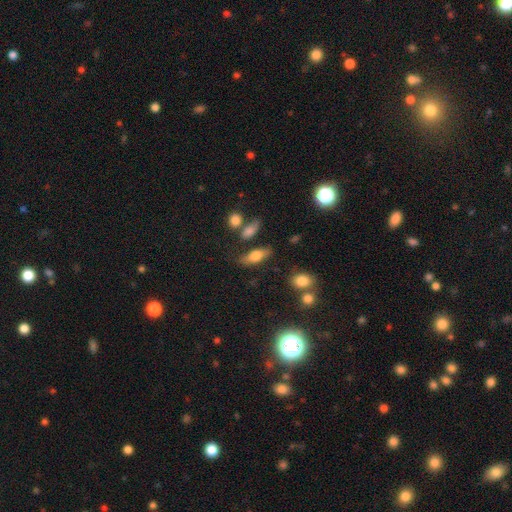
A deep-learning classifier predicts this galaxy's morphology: A smooth galaxy with no disk features (70%) that is in between round and cigar-shaped (72%).

Vote fractions:
- Smooth or featured? smooth: 70% / featured or disk: 22% / star or artifact: 8%
- How rounded? in between: 72% / cigar-shaped: 24% / round: 4%
- Merging? none: 70% / minor disturbance: 17% / merger: 7% / major disturbance: 6%